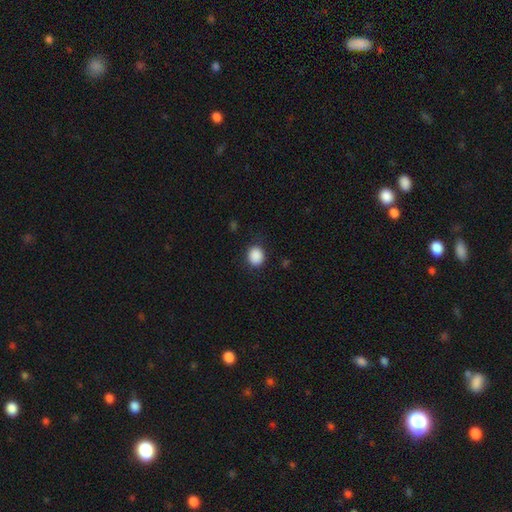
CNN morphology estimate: type=smooth (89%); roundness=round (73%); merging=none (85%).